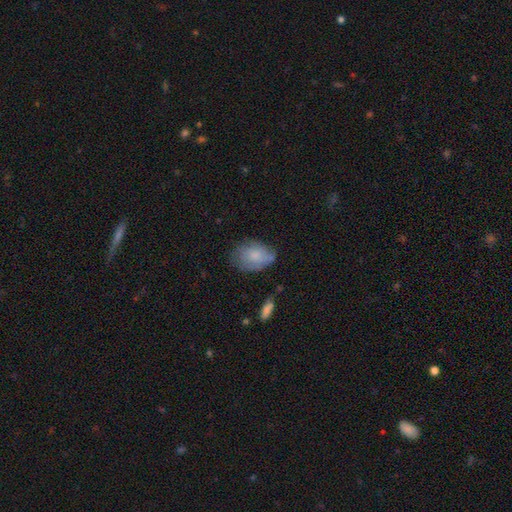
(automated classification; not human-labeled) Smooth or featured? smooth (68%)
How rounded? in between (79%)
Merging? none (56%)